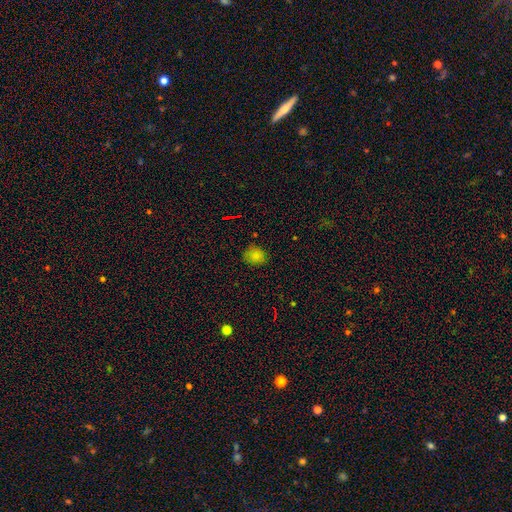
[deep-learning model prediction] A smooth galaxy with no disk features (78%) that is round (74%).

Vote fractions:
- Smooth or featured? smooth: 78% / star or artifact: 16% / featured or disk: 7%
- How rounded? round: 74% / in between: 25% / cigar-shaped: 1%
- Merging? none: 80% / minor disturbance: 16% / major disturbance: 3% / merger: 2%